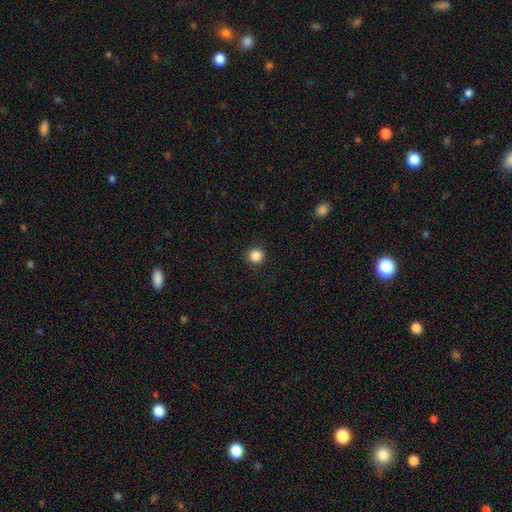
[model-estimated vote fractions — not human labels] Morphology: type=smooth (86%); roundness=round (95%); merging=none (92%).